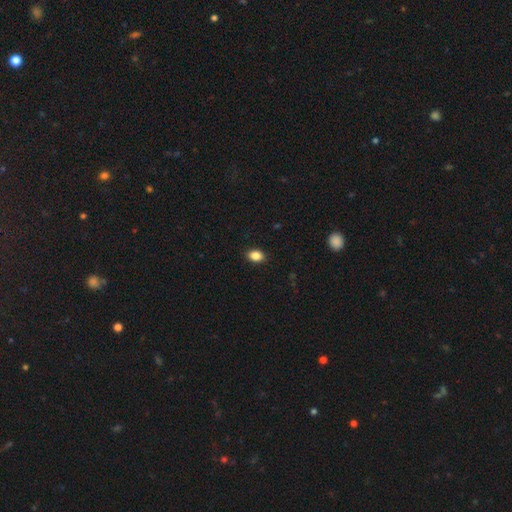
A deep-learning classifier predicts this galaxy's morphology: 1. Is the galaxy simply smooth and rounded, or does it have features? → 87% smooth, 9% star or artifact, 4% featured or disk.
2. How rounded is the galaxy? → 77% in between, 22% round, 1% cigar-shaped.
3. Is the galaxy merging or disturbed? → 89% none, 8% minor disturbance, 2% major disturbance, 1% merger.